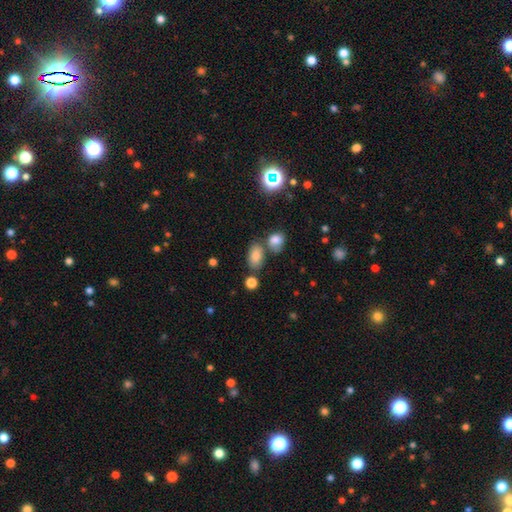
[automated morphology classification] Smooth or featured? Predicted: smooth (p=0.79). How rounded? Predicted: in between (p=0.87). Merging? Predicted: none (p=0.64).